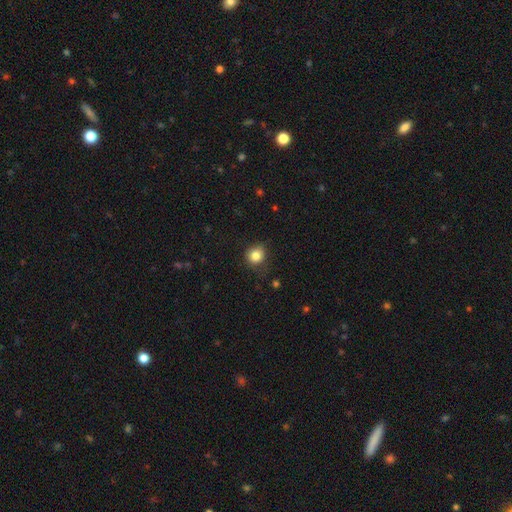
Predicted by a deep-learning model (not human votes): Smooth or featured?
  - smooth: 83% *
  - star or artifact: 11%
  - featured or disk: 6%
How rounded?
  - round: 80% *
  - in between: 20%
  - cigar-shaped: 1%
Merging?
  - none: 75% *
  - minor disturbance: 19%
  - major disturbance: 5%
  - merger: 1%